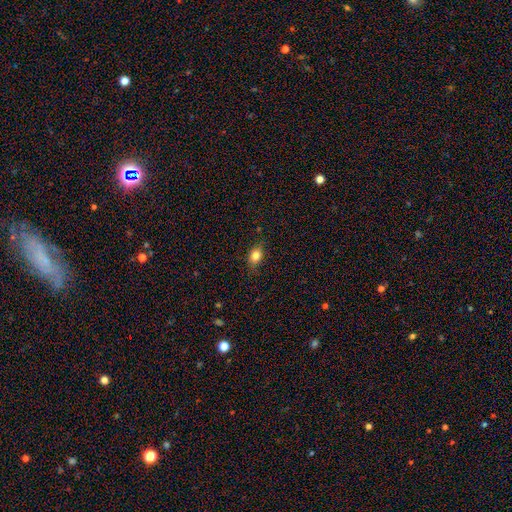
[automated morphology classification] type=smooth (81%); roundness=in between (71%); merging=none (80%).